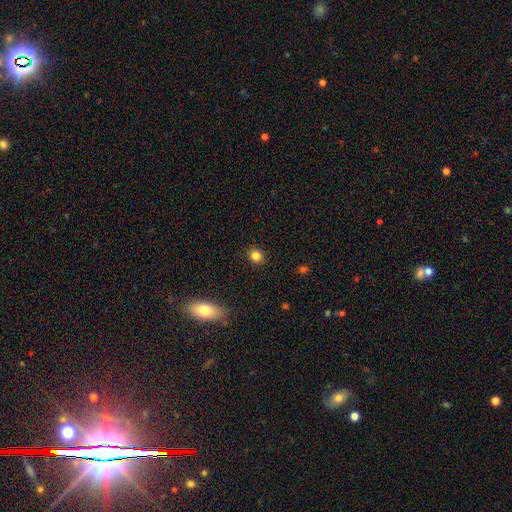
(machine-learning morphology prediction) smooth 83%, star or artifact 12%, featured or disk 5%. Down the decision tree: how rounded — round (64%); merging — none (90%).